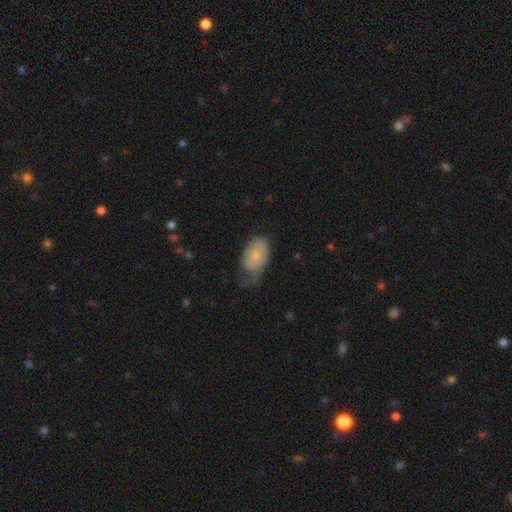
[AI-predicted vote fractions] Q: Smooth or featured?
A: smooth (57%); runner-up: featured or disk (37%)
Q: How rounded?
A: in between (90%); runner-up: round (8%)
Q: Merging?
A: minor disturbance (37%); runner-up: none (31%)